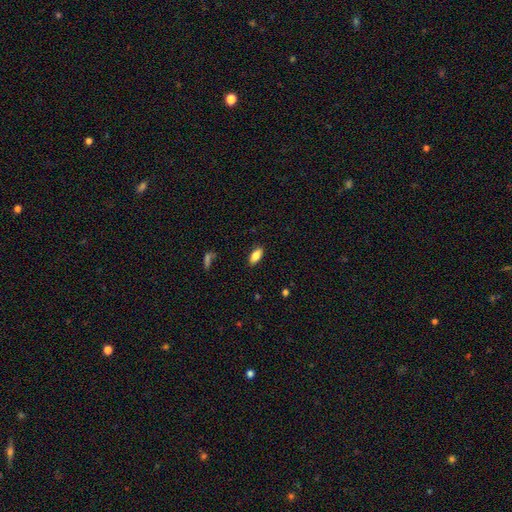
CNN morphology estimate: Q: Smooth or featured?
A: smooth (81%); runner-up: featured or disk (11%)
Q: How rounded?
A: in between (84%); runner-up: cigar-shaped (13%)
Q: Merging?
A: none (87%); runner-up: minor disturbance (9%)